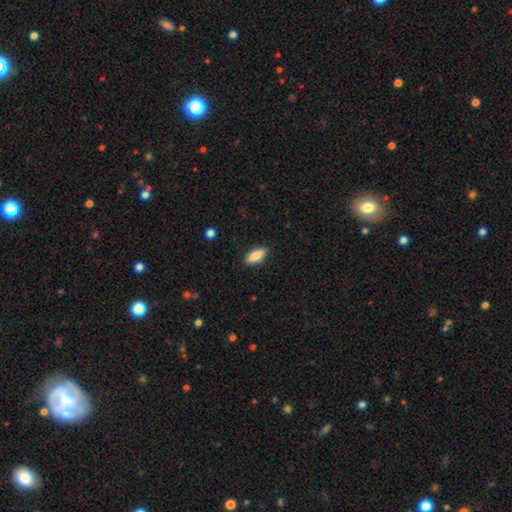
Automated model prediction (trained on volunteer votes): This appears to be a smooth galaxy with no disk features (82%) that is in between round and cigar-shaped (74%). Merging: none (87%).